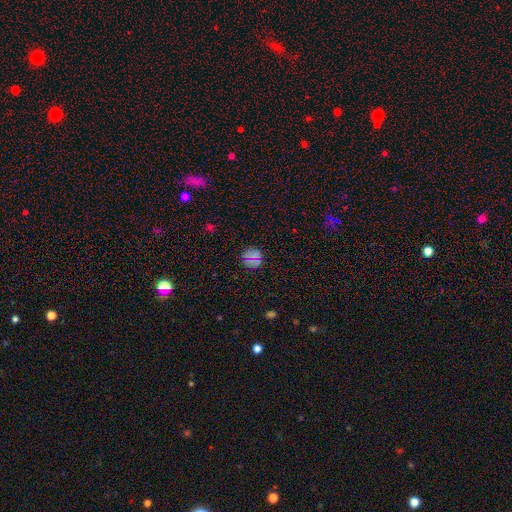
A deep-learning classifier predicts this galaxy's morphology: A smooth galaxy with no disk features (59%) that is round (90%). Merging: none (82%).